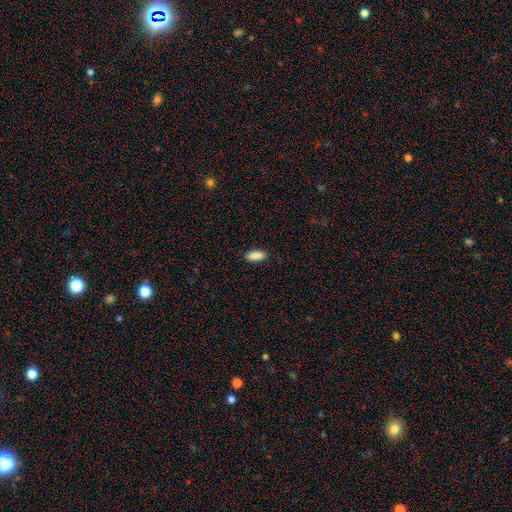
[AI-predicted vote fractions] smooth-or-featured: smooth: 90% | star or artifact: 7% | featured or disk: 4%
  how-rounded: in between: 80% | cigar-shaped: 18% | round: 2%
  merging: none: 88% | minor disturbance: 9% | major disturbance: 2% | merger: 1%